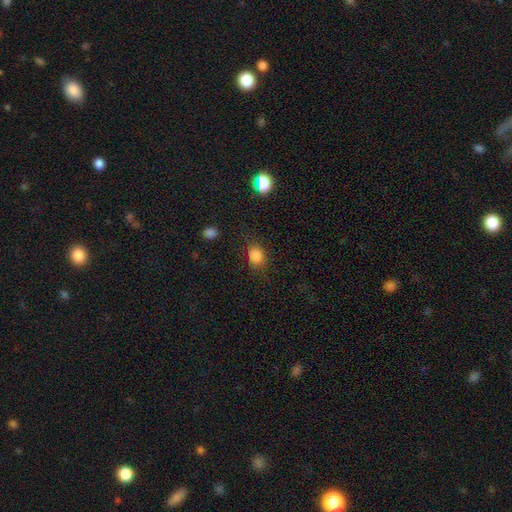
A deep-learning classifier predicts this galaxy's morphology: smooth_or_featured: smooth (p=0.84) [alt: star or artifact p=0.12]
how_rounded: round (p=0.52) [alt: in between p=0.47]
merging: none (p=0.76) [alt: minor disturbance p=0.16]